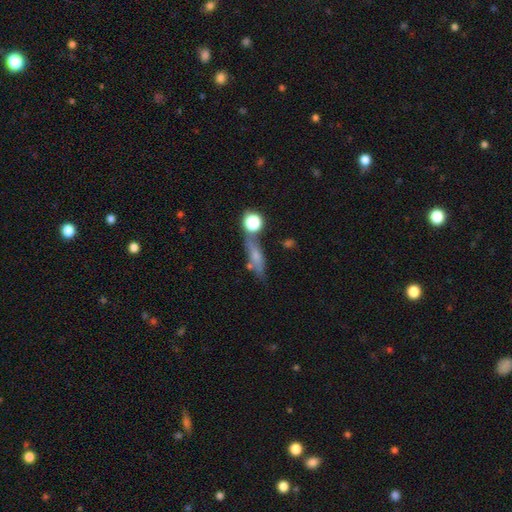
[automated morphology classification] Smooth or featured?
  - smooth: 50% *
  - featured or disk: 36%
  - star or artifact: 14%
How rounded?
  - cigar-shaped: 58% *
  - in between: 31%
  - round: 11%
Merging?
  - none: 62% *
  - minor disturbance: 17%
  - merger: 13%
  - major disturbance: 8%